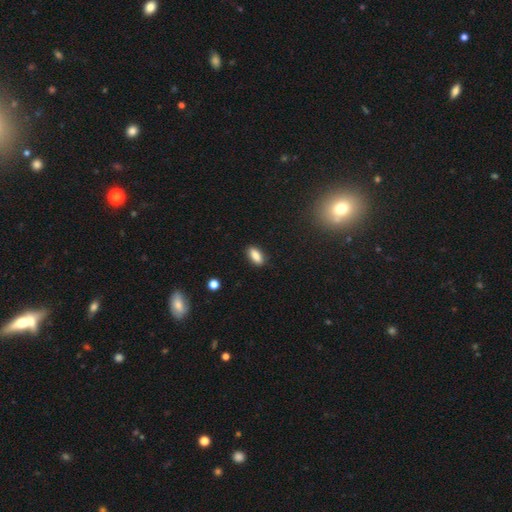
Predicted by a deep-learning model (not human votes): Smooth or featured?
  - smooth: 85% *
  - star or artifact: 9%
  - featured or disk: 6%
How rounded?
  - in between: 82% *
  - cigar-shaped: 14%
  - round: 3%
Merging?
  - none: 87% *
  - minor disturbance: 10%
  - major disturbance: 2%
  - merger: 1%